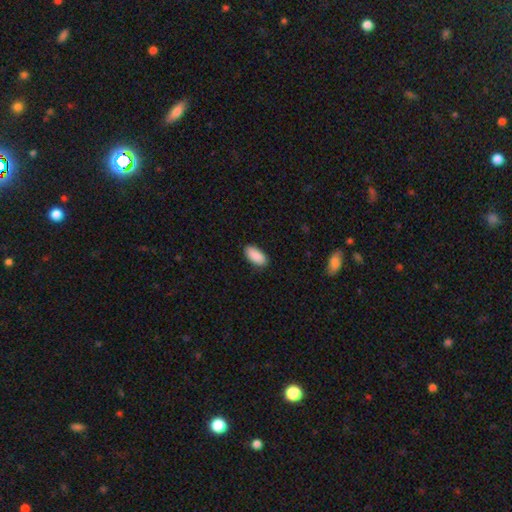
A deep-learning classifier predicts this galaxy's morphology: Smooth or featured?
  - smooth: 91% *
  - star or artifact: 6%
  - featured or disk: 3%
How rounded?
  - in between: 93% *
  - cigar-shaped: 5%
  - round: 2%
Merging?
  - none: 88% *
  - minor disturbance: 9%
  - major disturbance: 2%
  - merger: 1%